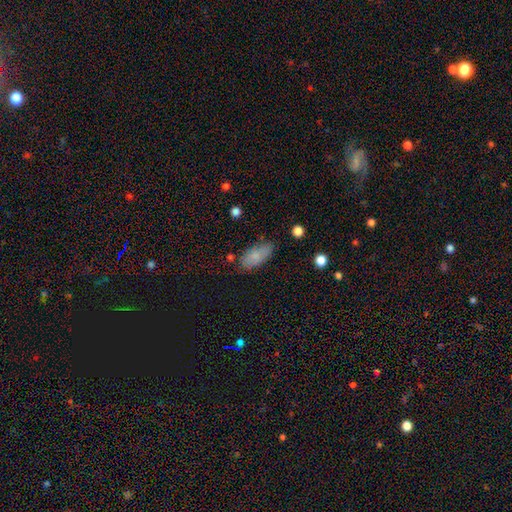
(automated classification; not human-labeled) A smooth galaxy with no disk features (81%) that is in between round and cigar-shaped (88%). Merging: none (73%).